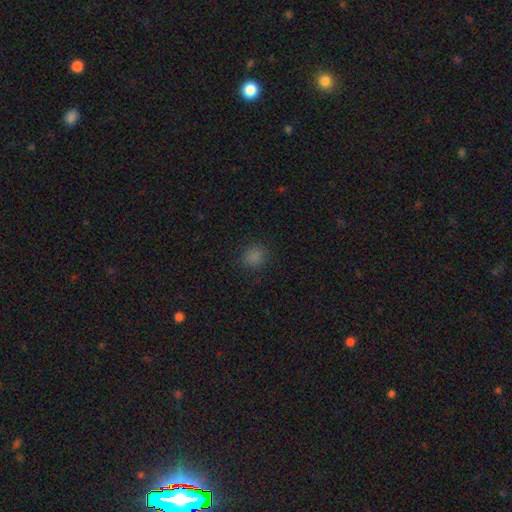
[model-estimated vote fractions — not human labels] Q: Smooth or featured?
A: smooth (79%); runner-up: star or artifact (18%)
Q: How rounded?
A: round (84%); runner-up: in between (15%)
Q: Merging?
A: none (89%); runner-up: minor disturbance (8%)